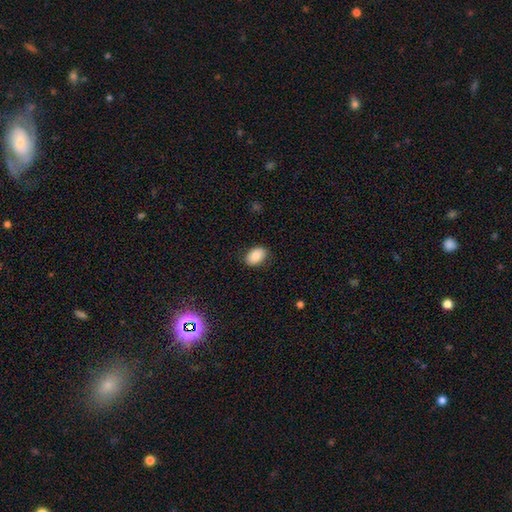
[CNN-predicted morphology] This appears to be a smooth galaxy with no disk features (84%) that is in between round and cigar-shaped (86%). Merging: none (86%).